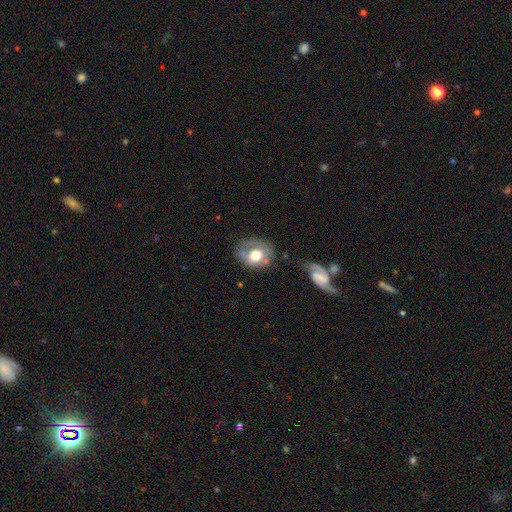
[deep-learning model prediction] Smooth or featured: smooth — 56% (featured or disk — 36%)
How rounded: round — 57% (in between — 42%)
Merging: none — 51% (minor disturbance — 28%)